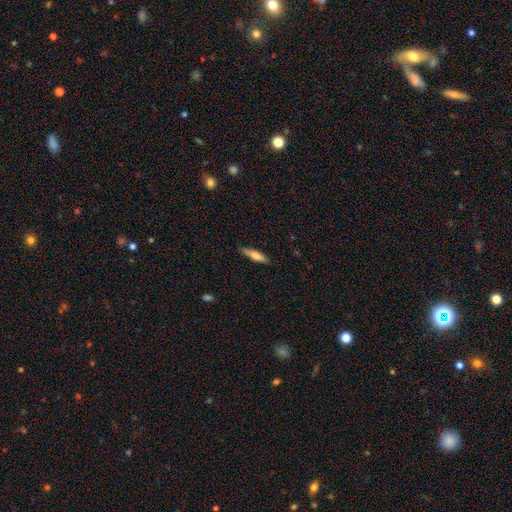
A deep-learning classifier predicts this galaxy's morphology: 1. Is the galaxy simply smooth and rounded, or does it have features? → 67% smooth, 27% featured or disk, 6% star or artifact.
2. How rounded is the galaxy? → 79% cigar-shaped, 20% in between, 2% round.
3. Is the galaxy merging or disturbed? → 85% none, 11% minor disturbance, 2% major disturbance, 1% merger.